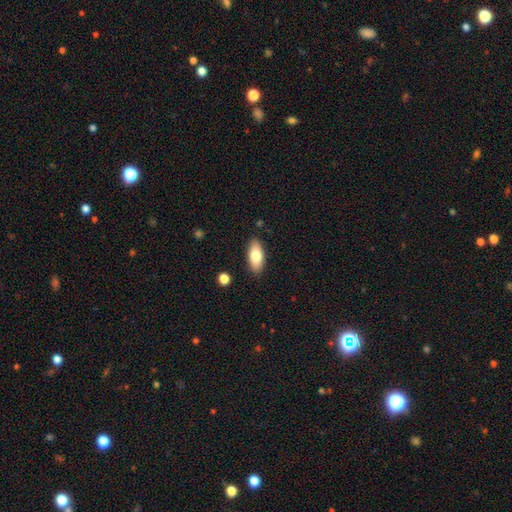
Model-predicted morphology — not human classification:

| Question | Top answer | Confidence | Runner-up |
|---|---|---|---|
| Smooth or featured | smooth | 76% | featured or disk (17%) |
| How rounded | in between | 84% | cigar-shaped (13%) |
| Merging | none | 87% | minor disturbance (9%) |